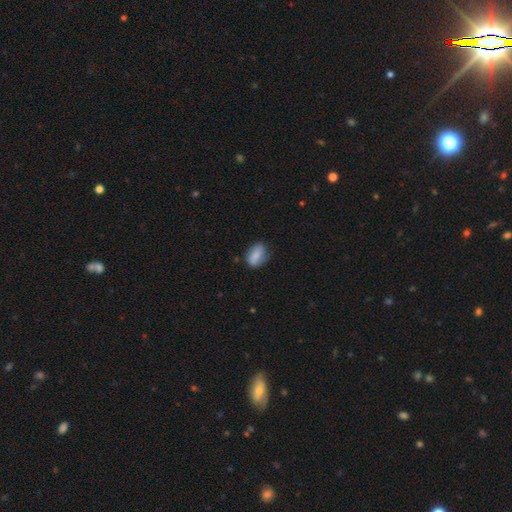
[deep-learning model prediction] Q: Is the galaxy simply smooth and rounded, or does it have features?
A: smooth — 79%.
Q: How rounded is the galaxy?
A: in between — 85%.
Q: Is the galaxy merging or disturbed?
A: none — 63%.